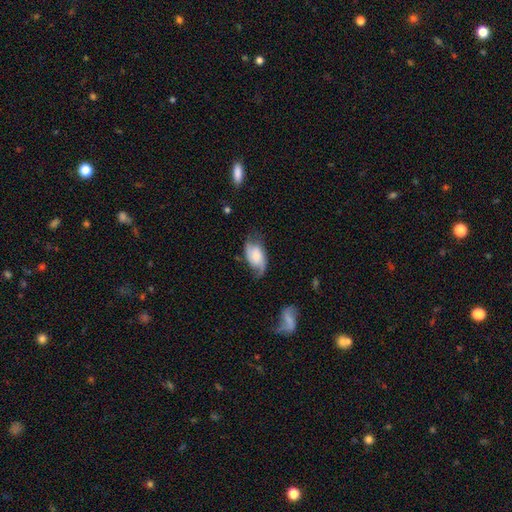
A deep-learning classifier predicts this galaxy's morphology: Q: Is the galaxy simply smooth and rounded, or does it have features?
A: featured or disk — 58%.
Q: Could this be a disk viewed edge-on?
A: no — 95%.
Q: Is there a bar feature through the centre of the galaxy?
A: no — 60%.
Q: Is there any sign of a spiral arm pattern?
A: yes — 90%.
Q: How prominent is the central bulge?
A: moderate — 29%.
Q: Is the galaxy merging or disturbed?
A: none — 58%.